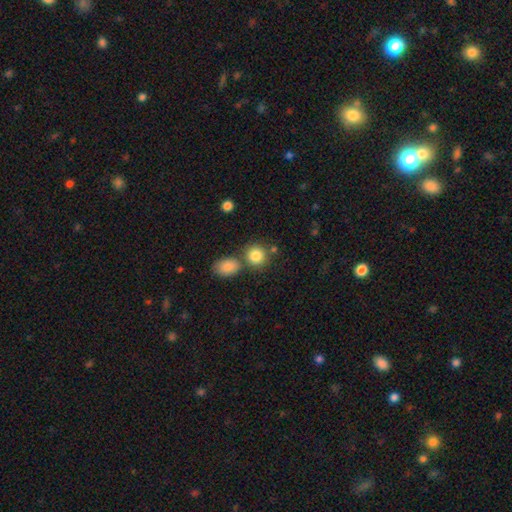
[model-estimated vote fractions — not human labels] The model was most divided on "merging": none: 65%, merger: 22%, minor disturbance: 9%, major disturbance: 3%. More confident: smooth or featured — smooth (85%); how rounded — round (83%).